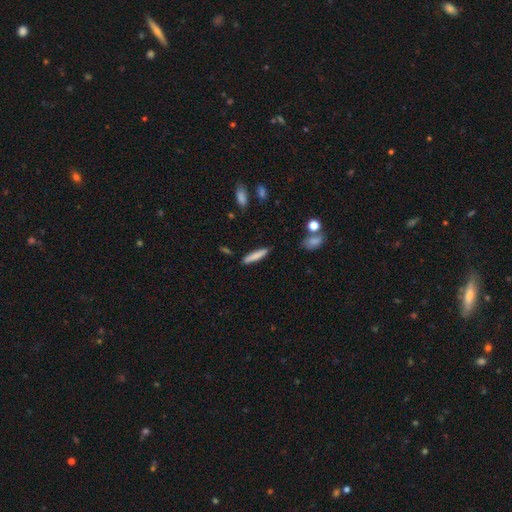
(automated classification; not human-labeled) Smooth or featured? smooth (80%)
How rounded? cigar-shaped (88%)
Merging? none (87%)